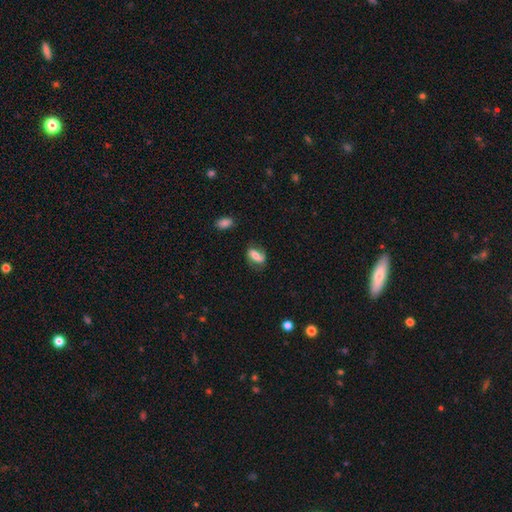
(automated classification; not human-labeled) A featured or disk galaxy (52%). Merging: none (65%).